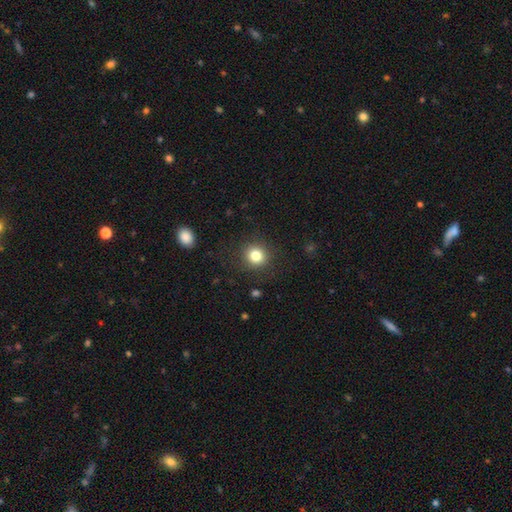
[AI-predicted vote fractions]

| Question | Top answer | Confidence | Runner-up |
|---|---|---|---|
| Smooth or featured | smooth | 82% | star or artifact (11%) |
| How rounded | round | 88% | in between (11%) |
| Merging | none | 89% | minor disturbance (7%) |